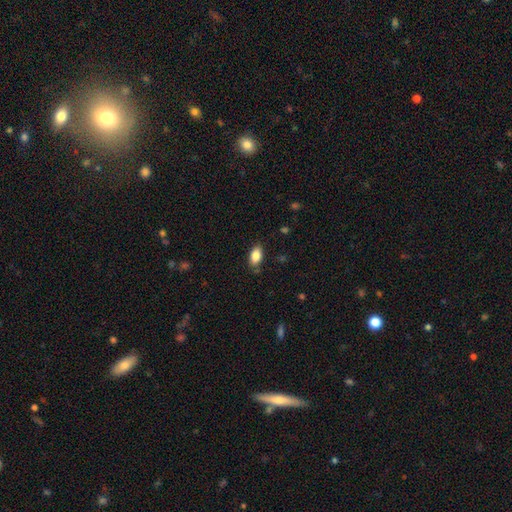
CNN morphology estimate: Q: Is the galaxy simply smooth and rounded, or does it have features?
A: smooth — 85%.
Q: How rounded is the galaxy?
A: in between — 91%.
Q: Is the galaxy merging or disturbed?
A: none — 82%.